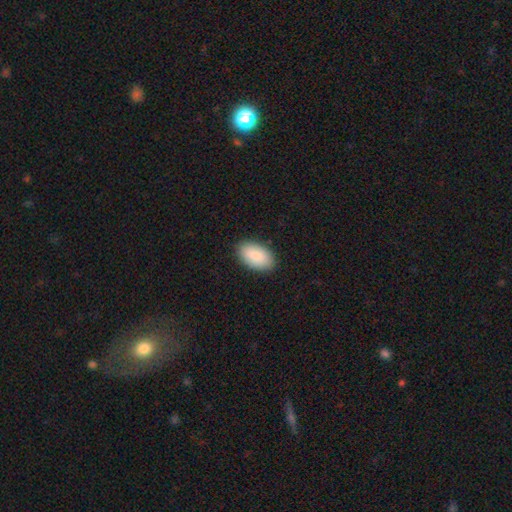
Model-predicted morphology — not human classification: smooth-or-featured: smooth: 89% | star or artifact: 6% | featured or disk: 5%
  how-rounded: in between: 95% | round: 4% | cigar-shaped: 1%
  merging: none: 89% | minor disturbance: 8% | major disturbance: 2% | merger: 1%